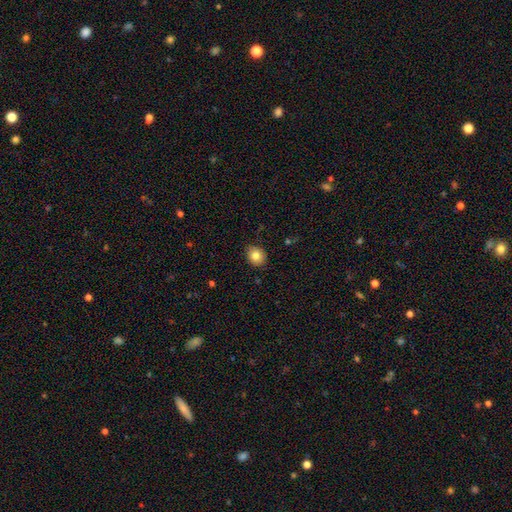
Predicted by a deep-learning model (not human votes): Morphology: type=smooth (82%); roundness=round (68%); merging=none (86%).